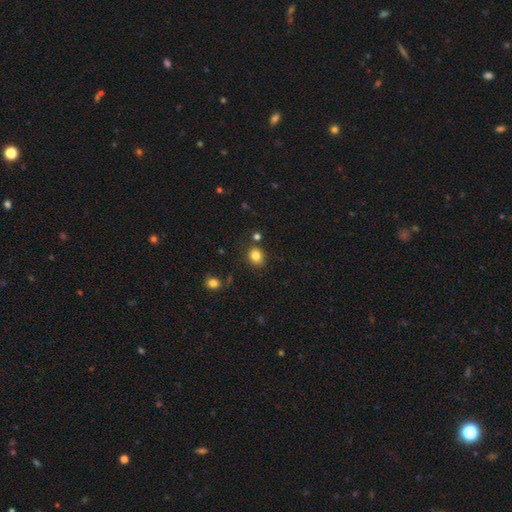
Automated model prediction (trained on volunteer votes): Overall: smooth (82%). How rounded: round (56%; in between 43%). Merging: none (79%).